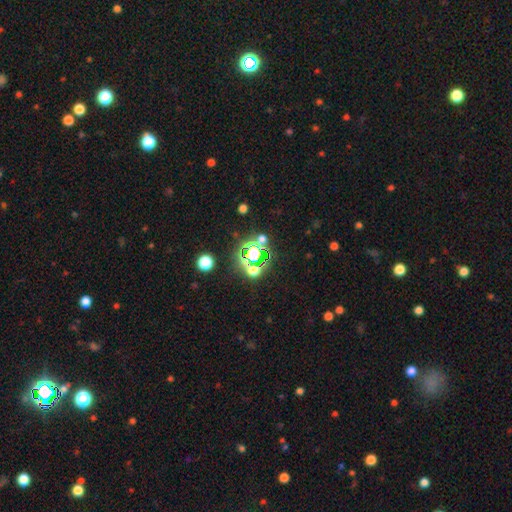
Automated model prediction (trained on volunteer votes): This appears to be a star or artifact, not a galaxy (62%).